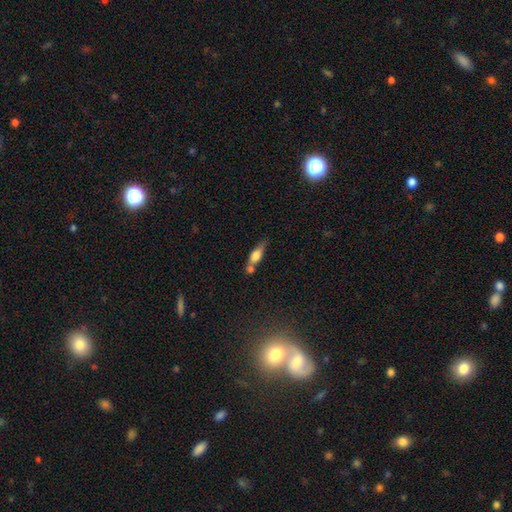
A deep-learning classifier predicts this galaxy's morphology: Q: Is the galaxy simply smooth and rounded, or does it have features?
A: smooth — 65%.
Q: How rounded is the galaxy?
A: in between — 54%.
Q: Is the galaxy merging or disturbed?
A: none — 46%.